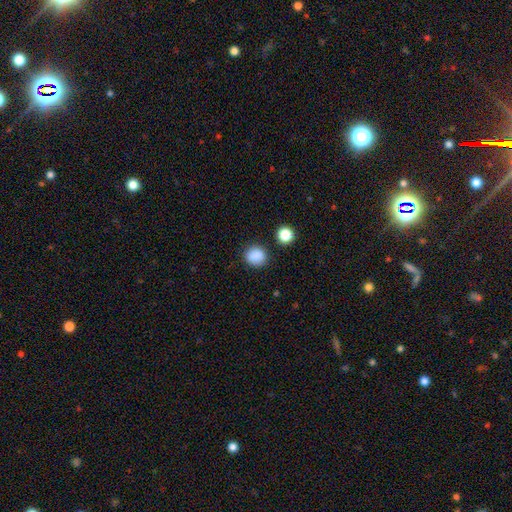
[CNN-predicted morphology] A smooth galaxy with no disk features (87%) that is round (80%).

Vote fractions:
- Smooth or featured? smooth: 87% / star or artifact: 10% / featured or disk: 3%
- How rounded? round: 80% / in between: 19% / cigar-shaped: 1%
- Merging? none: 85% / minor disturbance: 9% / major disturbance: 3% / merger: 3%